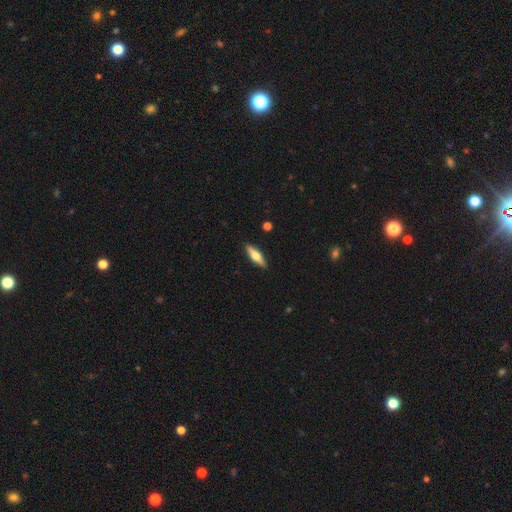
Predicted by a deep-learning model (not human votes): Smooth or featured? smooth (47%, tied with featured or disk)
Merging? none (90%)